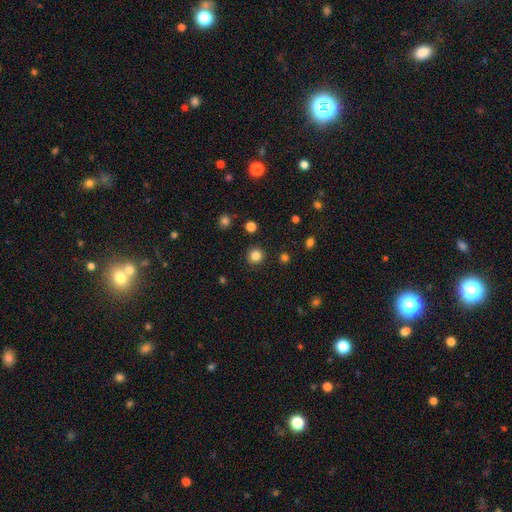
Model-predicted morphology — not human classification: A smooth galaxy with no disk features (83%) that is round (94%).

Vote fractions:
- Smooth or featured? smooth: 83% / star or artifact: 13% / featured or disk: 4%
- How rounded? round: 94% / in between: 5% / cigar-shaped: 1%
- Merging? none: 91% / minor disturbance: 5% / major disturbance: 2% / merger: 2%